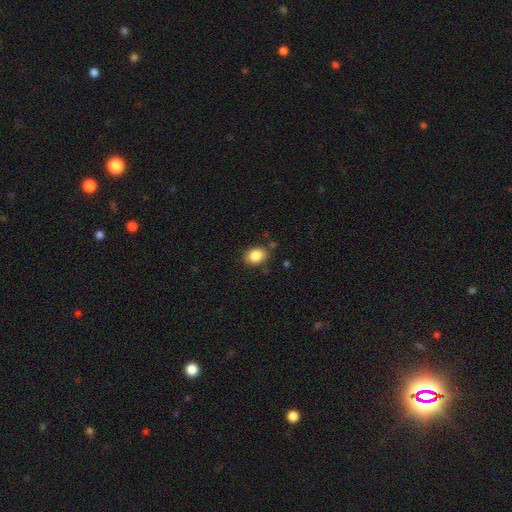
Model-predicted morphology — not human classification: A smooth galaxy with no disk features (86%) that is in between round and cigar-shaped (58%). Merging: none (82%).